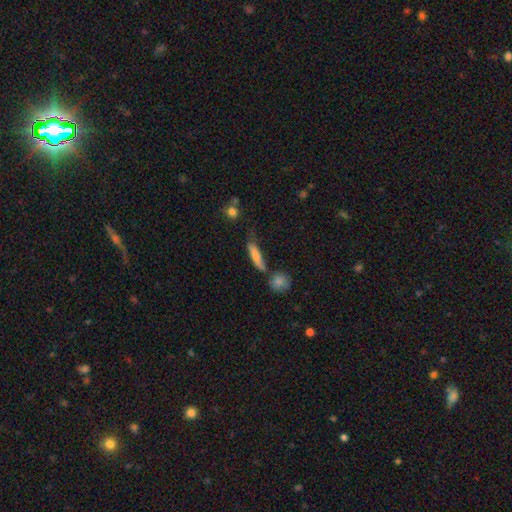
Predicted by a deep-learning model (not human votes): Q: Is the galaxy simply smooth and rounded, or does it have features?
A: smooth — 74%.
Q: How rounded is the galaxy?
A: cigar-shaped — 75%.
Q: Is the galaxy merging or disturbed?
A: none — 55%.